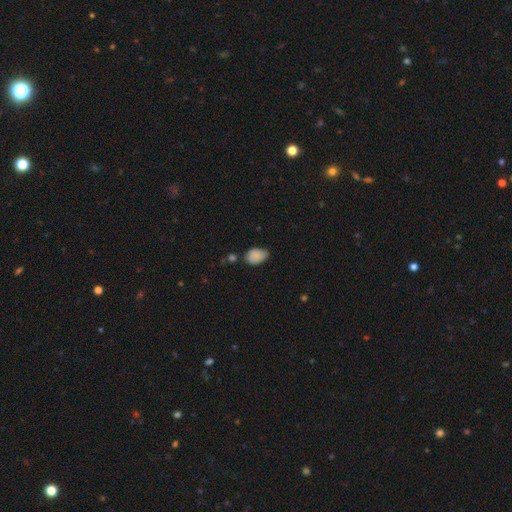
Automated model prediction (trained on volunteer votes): Smooth or featured: smooth — 87% (star or artifact — 8%)
How rounded: in between — 86% (round — 13%)
Merging: none — 60% (minor disturbance — 29%)